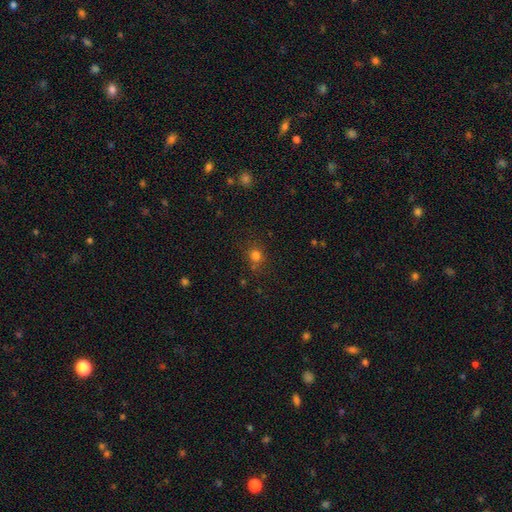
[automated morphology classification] Overall: smooth (77%). How rounded: round (78%). Merging: none (75%).